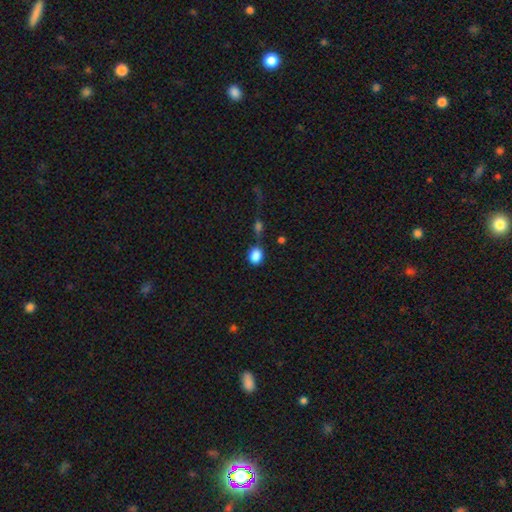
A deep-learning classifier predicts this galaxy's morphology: Smooth or featured?
  - smooth: 86% *
  - star or artifact: 9%
  - featured or disk: 4%
How rounded?
  - round: 53% *
  - in between: 45%
  - cigar-shaped: 1%
Merging?
  - none: 56% *
  - minor disturbance: 20%
  - merger: 15%
  - major disturbance: 9%